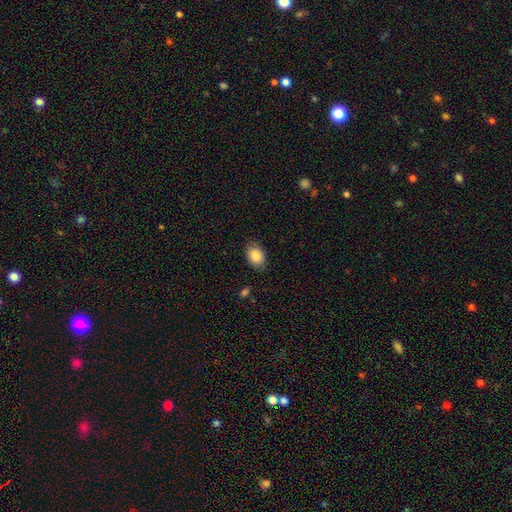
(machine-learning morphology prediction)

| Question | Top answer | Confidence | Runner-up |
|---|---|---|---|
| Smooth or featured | smooth | 87% | star or artifact (7%) |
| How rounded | in between | 78% | round (21%) |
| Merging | none | 83% | minor disturbance (13%) |